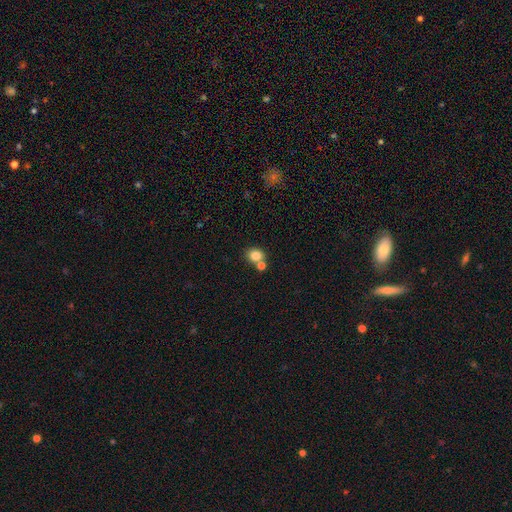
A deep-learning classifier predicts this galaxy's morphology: A smooth galaxy with no disk features (82%) that is round (72%).

Vote fractions:
- Smooth or featured? smooth: 82% / star or artifact: 11% / featured or disk: 8%
- How rounded? round: 72% / in between: 27% / cigar-shaped: 1%
- Merging? none: 57% / merger: 32% / minor disturbance: 9% / major disturbance: 3%